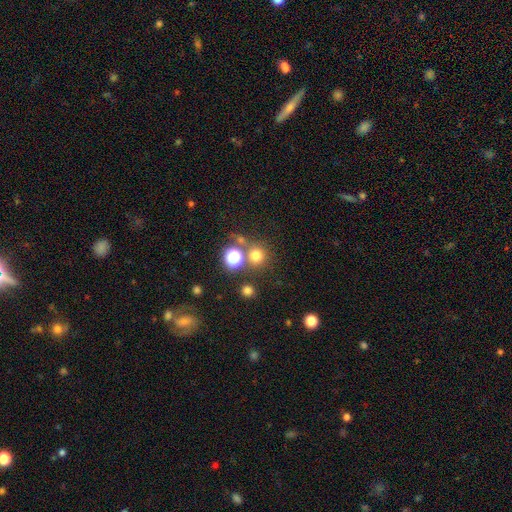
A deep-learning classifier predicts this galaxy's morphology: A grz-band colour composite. It shows a smooth galaxy with no disk features (71%) that is round (91%). Merging: none (74%).